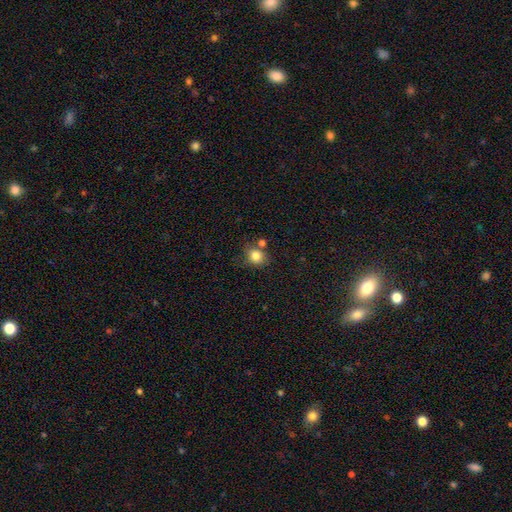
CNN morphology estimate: Smooth or featured? Predicted: smooth (p=0.82). How rounded? Predicted: round (p=0.74). Merging? Predicted: none (p=0.65).